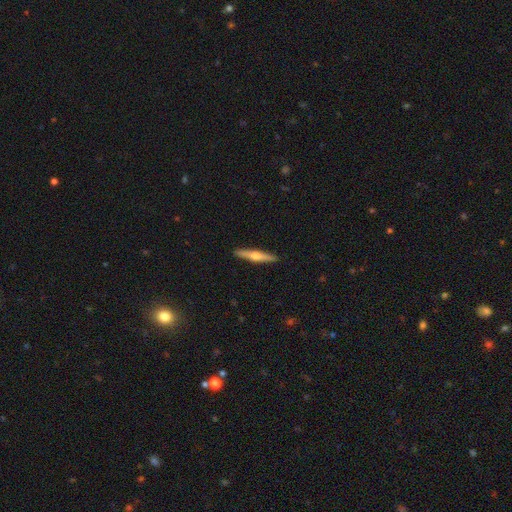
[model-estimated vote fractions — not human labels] Overall: featured or disk (59%; smooth 36%). Edge-on disk: yes (97%). Edge-on bulge: rounded (91%). Merging: none (92%).